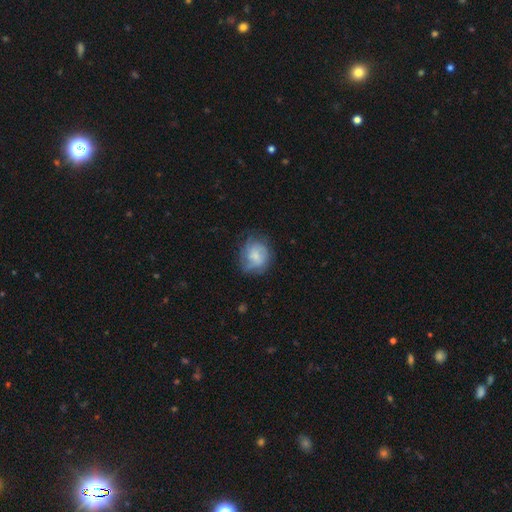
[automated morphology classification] A smooth galaxy with no disk features (51%) that is round (77%).

Vote fractions:
- Smooth or featured? smooth: 51% / featured or disk: 41% / star or artifact: 8%
- How rounded? round: 77% / in between: 23% / cigar-shaped: 1%
- Merging? none: 63% / minor disturbance: 24% / major disturbance: 11% / merger: 1%